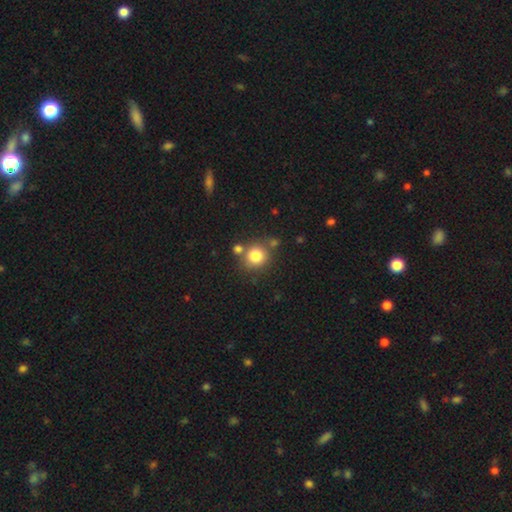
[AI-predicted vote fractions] smooth-or-featured: smooth: 81% | star or artifact: 11% | featured or disk: 8%
  how-rounded: round: 88% | in between: 11% | cigar-shaped: 1%
  merging: none: 70% | merger: 16% | minor disturbance: 10% | major disturbance: 4%